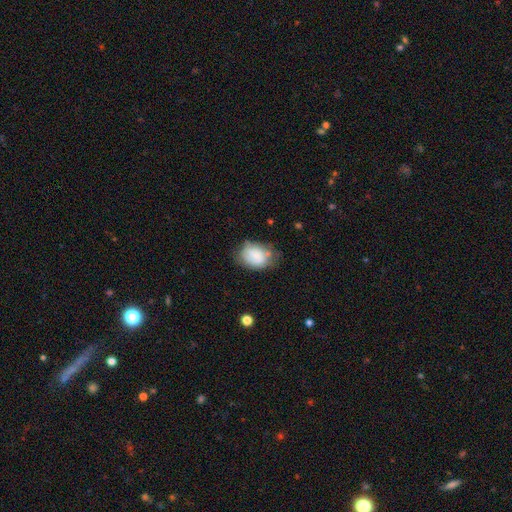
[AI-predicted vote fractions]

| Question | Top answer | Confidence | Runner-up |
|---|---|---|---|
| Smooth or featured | smooth | 76% | featured or disk (16%) |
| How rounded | in between | 69% | round (30%) |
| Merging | none | 51% | minor disturbance (33%) |